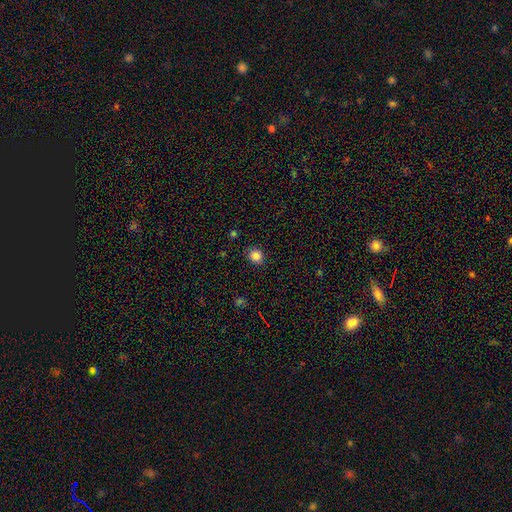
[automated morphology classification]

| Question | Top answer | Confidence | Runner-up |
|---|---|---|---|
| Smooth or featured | smooth | 85% | star or artifact (11%) |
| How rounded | round | 77% | in between (22%) |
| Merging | none | 88% | minor disturbance (8%) |